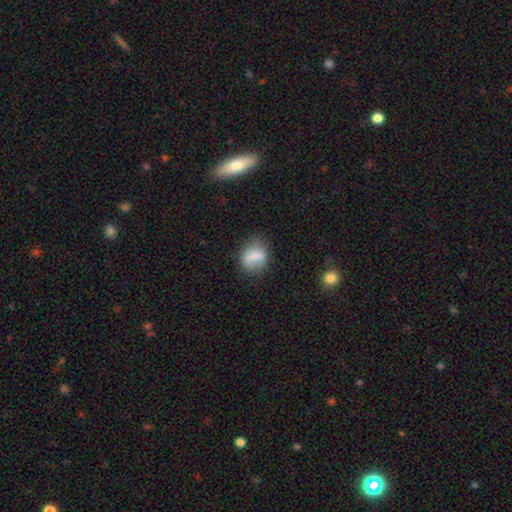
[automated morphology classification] This is likely a smooth galaxy (72%). How rounded: possibly in between (49%). Merging: likely none (63%).